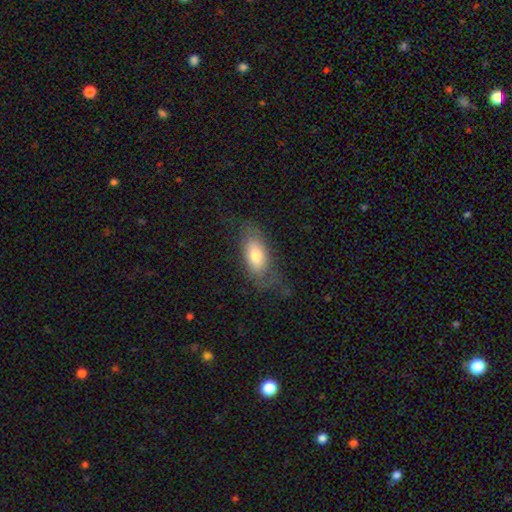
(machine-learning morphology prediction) This is likely a smooth galaxy (69%). How rounded: clearly in between (84%). Merging: possibly none (57%).